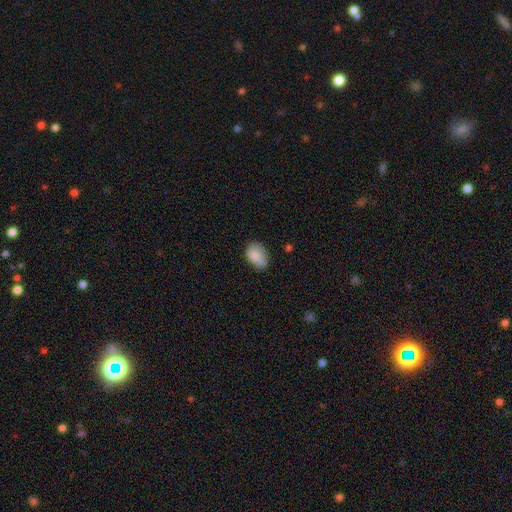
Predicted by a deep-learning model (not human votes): Morphology: type=smooth (84%); roundness=in between (82%); merging=none (57%).